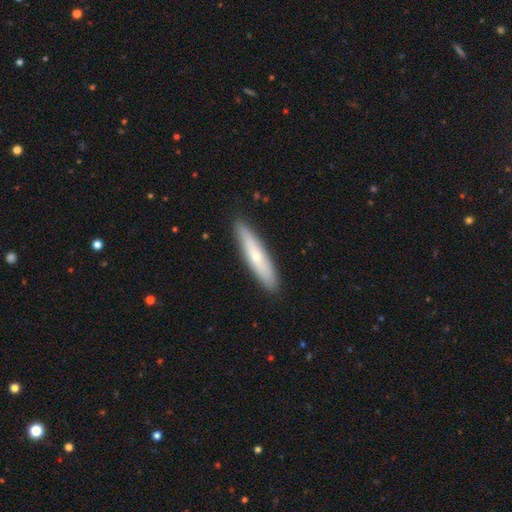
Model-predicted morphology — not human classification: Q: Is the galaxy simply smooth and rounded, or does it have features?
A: smooth — 59%.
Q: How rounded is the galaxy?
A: cigar-shaped — 86%.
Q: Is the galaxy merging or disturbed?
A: none — 89%.